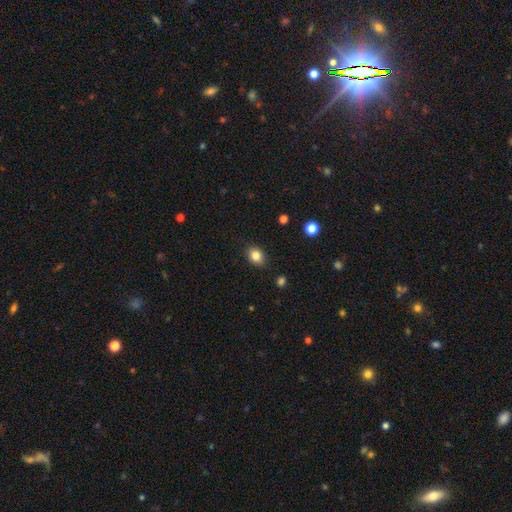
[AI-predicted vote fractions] smooth_or_featured: smooth (p=0.84) [alt: star or artifact p=0.10]
how_rounded: in between (p=0.55) [alt: round p=0.44]
merging: none (p=0.86) [alt: minor disturbance p=0.10]